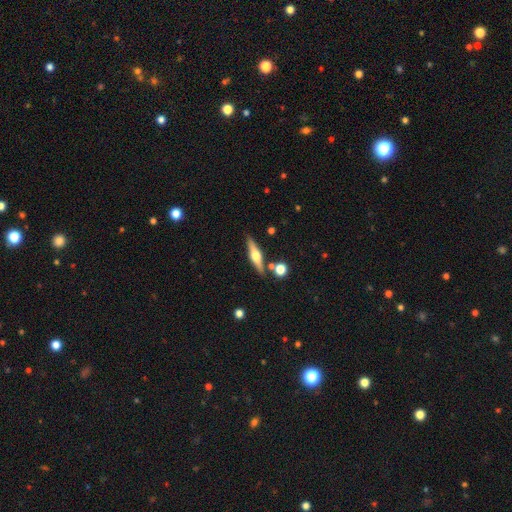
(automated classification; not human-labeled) Overall: featured or disk (63%; smooth 30%). Edge-on disk: yes (96%). Edge-on bulge: rounded (94%). Merging: none (83%).